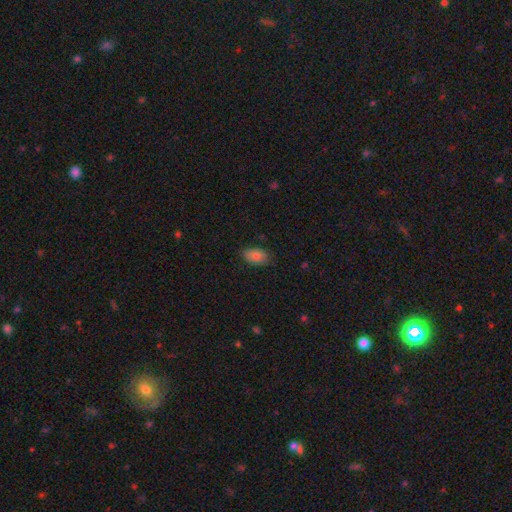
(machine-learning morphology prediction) type=smooth (80%); roundness=in between (91%); merging=none (79%).